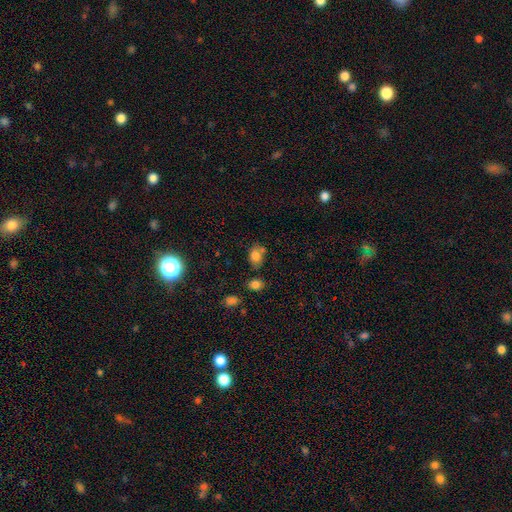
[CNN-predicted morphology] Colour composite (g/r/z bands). It shows a smooth galaxy with no disk features (78%) that is in between round and cigar-shaped (74%). Merging: none (57%).